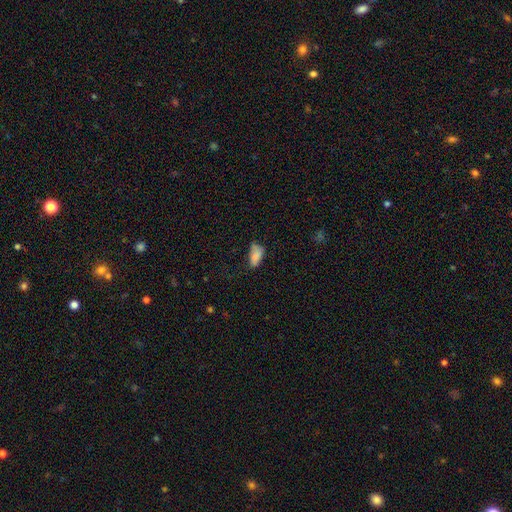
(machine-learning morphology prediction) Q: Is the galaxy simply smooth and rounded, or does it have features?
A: smooth — 78%.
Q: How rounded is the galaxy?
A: in between — 90%.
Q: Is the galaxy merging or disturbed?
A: none — 39%.